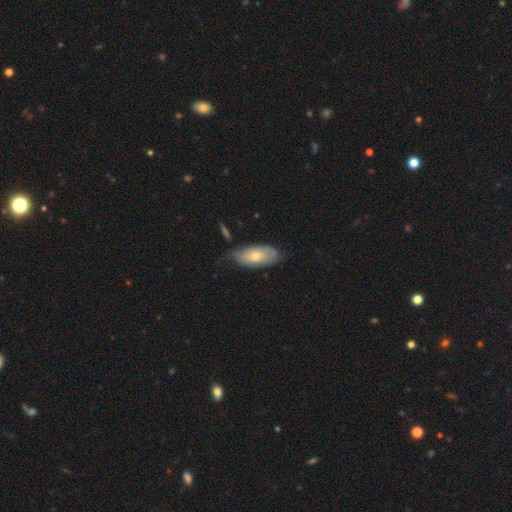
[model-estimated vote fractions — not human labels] Smooth or featured?
  - smooth: 64% *
  - featured or disk: 30%
  - star or artifact: 6%
How rounded?
  - in between: 92% *
  - cigar-shaped: 6%
  - round: 3%
Merging?
  - none: 61% *
  - minor disturbance: 29%
  - major disturbance: 7%
  - merger: 4%